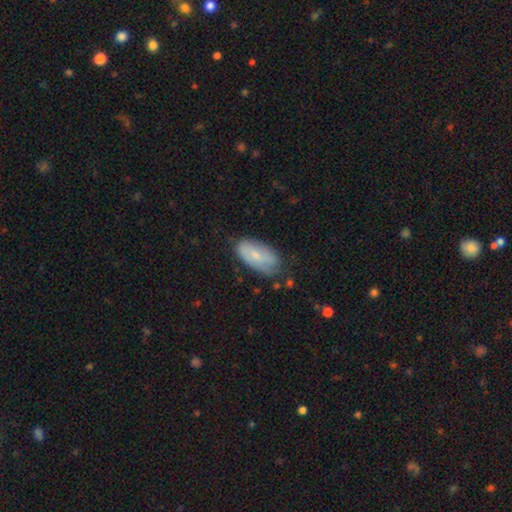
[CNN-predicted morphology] smooth_or_featured: smooth (p=0.67) [alt: featured or disk p=0.27]
how_rounded: in between (p=0.93) [alt: cigar-shaped p=0.05]
merging: none (p=0.67) [alt: minor disturbance p=0.25]